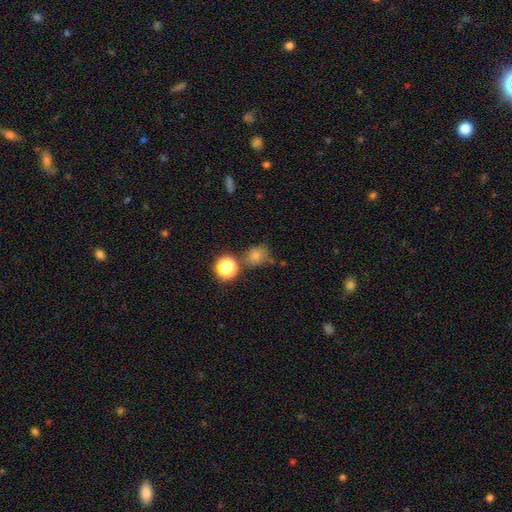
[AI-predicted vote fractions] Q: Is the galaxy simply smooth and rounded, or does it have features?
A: smooth — 59%.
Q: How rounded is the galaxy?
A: round — 77%.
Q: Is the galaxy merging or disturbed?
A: none — 72%.